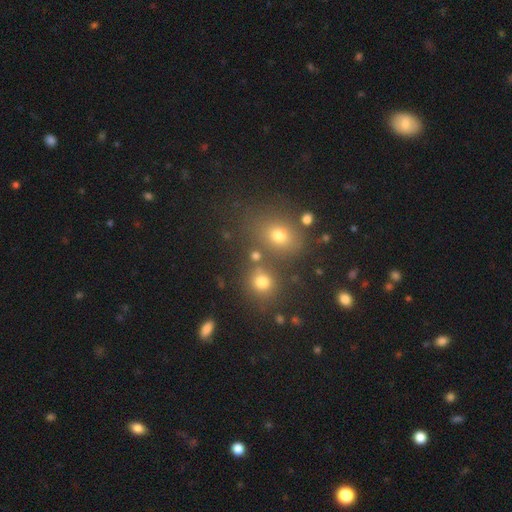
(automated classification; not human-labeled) Smooth or featured: smooth — 71% (star or artifact — 21%)
How rounded: round — 73% (in between — 26%)
Merging: none — 65% (merger — 21%)